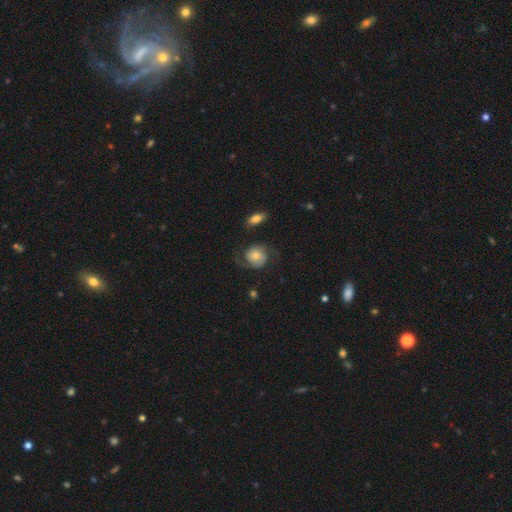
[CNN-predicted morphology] A featured or disk galaxy (66%) with no bar (74%), 2 (90%) loose (44%) spiral arms (92%) and a moderate central bulge (50%).

Vote fractions:
- Smooth or featured? featured or disk: 66% / smooth: 26% / star or artifact: 8%
- Edge-on disk? no: 97% / yes: 3%
- Bar? no: 74% / weak: 21% / strong: 5%
- Spiral arms? yes: 92% / no: 8%
- Spiral winding? loose: 44% / medium: 40% / tight: 16%
- Spiral arm count? 2: 90% / can't tell: 4% / 1: 4% / 3: 1% / 4: 1% / more than 4: 1%
- Bulge size? moderate: 50% / small: 35% / large: 9% / dominant: 3% / none: 3%
- Merging? none: 66% / minor disturbance: 17% / major disturbance: 14% / merger: 3%